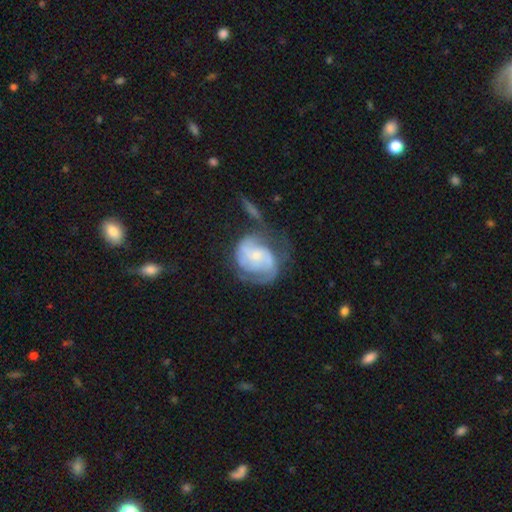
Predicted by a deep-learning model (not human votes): Morphology: type=featured or disk (80%); edge-on=no (98%); bar=no (66%); spiral arms=yes (92%); winding=tight (47%); arm count=2 (48%); bulge=small (66%); merging=none (43%).